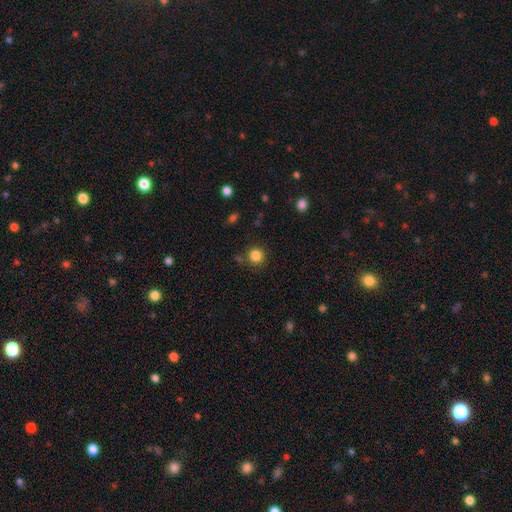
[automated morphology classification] Smooth or featured?
  - smooth: 84% *
  - star or artifact: 12%
  - featured or disk: 4%
How rounded?
  - round: 92% *
  - in between: 7%
  - cigar-shaped: 1%
Merging?
  - none: 83% *
  - minor disturbance: 9%
  - merger: 5%
  - major disturbance: 3%